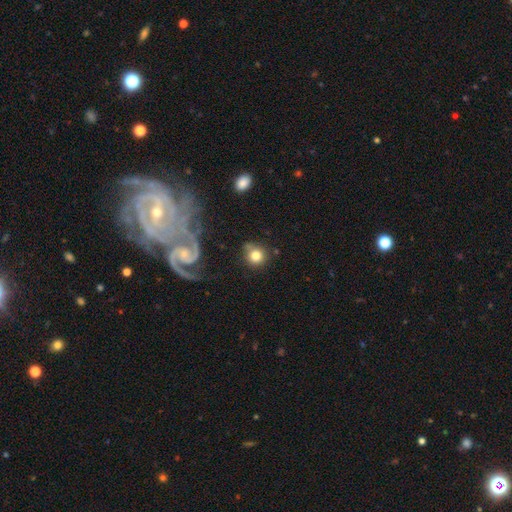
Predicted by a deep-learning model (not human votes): The model was most divided on "merging": none: 68%, minor disturbance: 18%, major disturbance: 7%, merger: 6%. More confident: how rounded — round (88%); smooth or featured — smooth (76%).